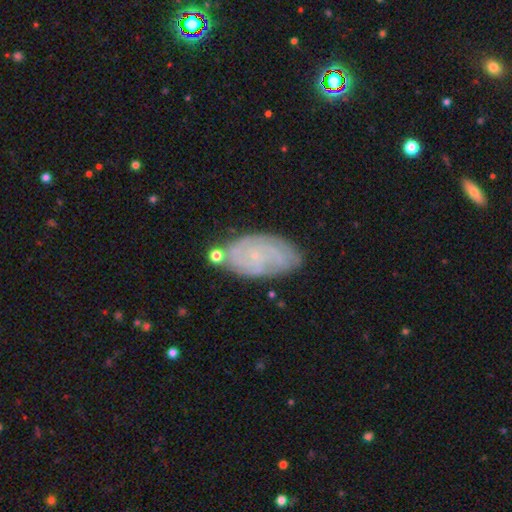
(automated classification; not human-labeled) Overall: featured or disk (69%). Edge-on disk: no (95%). Bar: no (76%). Spiral arms: yes (88%). Spiral arm count: can't tell (44%; 2 20%). Spiral winding: tight (66%). Bulge size: small (84%). Merging: none (70%).